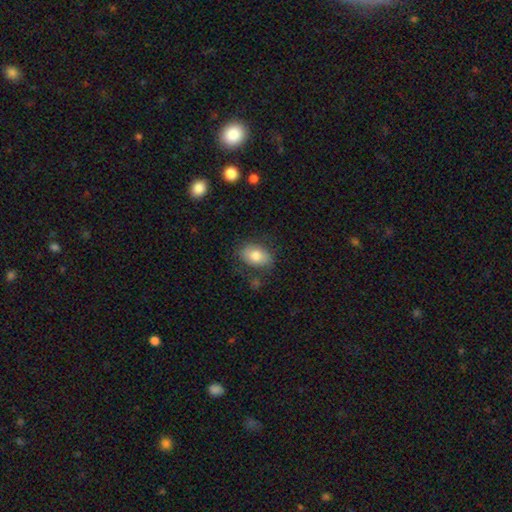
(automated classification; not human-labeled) Smooth or featured? Predicted: smooth (p=0.76). How rounded? Predicted: in between (p=0.83). Merging? Predicted: none (p=0.70).